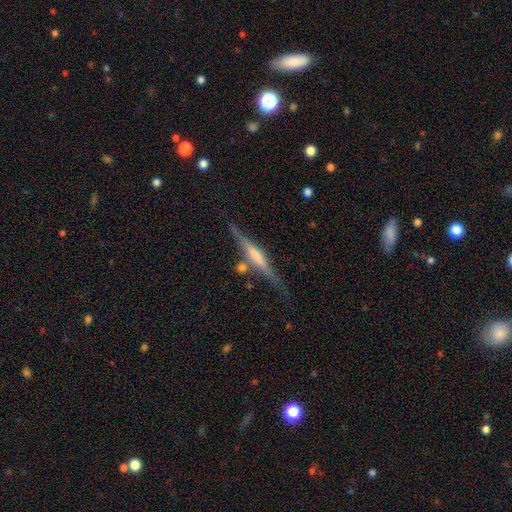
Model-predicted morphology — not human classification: Smooth or featured? Predicted: featured or disk (p=0.71). Edge-on disk? Predicted: yes (p=0.96). Edge-on bulge? Predicted: rounded (p=0.40). Merging? Predicted: none (p=0.76).